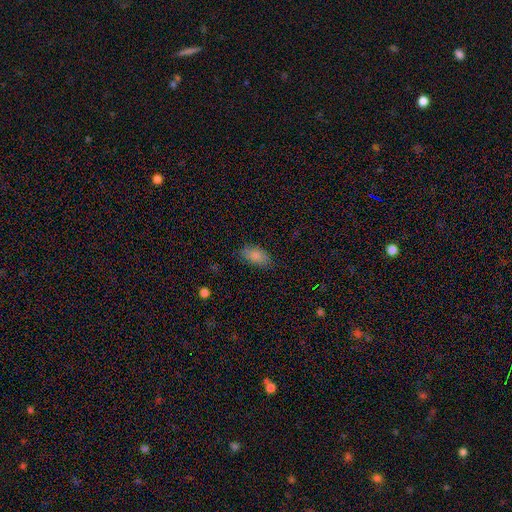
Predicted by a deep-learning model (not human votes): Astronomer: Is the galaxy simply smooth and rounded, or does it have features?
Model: smooth — 85%.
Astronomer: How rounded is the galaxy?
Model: in between — 91%.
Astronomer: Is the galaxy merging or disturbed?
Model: none — 80%.